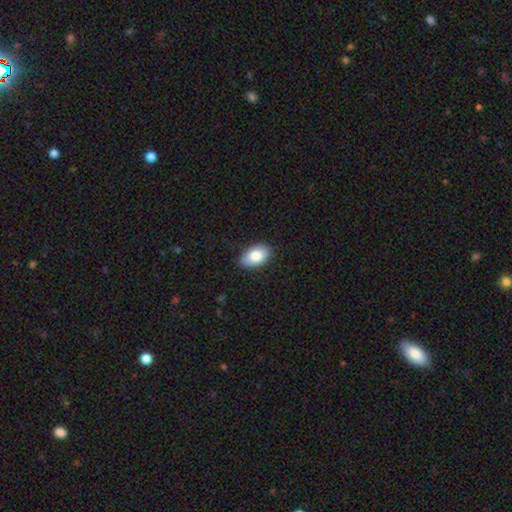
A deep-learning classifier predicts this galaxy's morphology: Overall: smooth (83%). How rounded: in between (92%). Merging: none (83%).